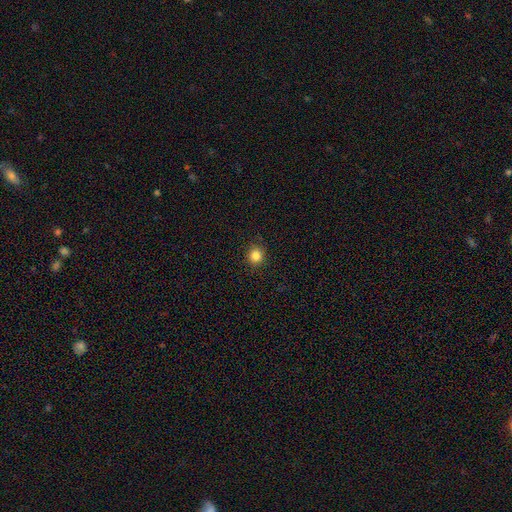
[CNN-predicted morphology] type=smooth (84%); roundness=round (91%); merging=none (91%).